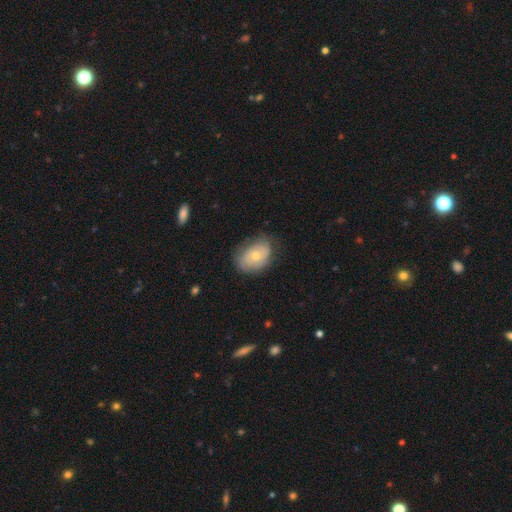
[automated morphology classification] Smooth or featured?
  - smooth: 58% *
  - featured or disk: 35%
  - star or artifact: 7%
How rounded?
  - in between: 79% *
  - round: 20%
  - cigar-shaped: 1%
Merging?
  - none: 68% *
  - minor disturbance: 23%
  - major disturbance: 7%
  - merger: 1%